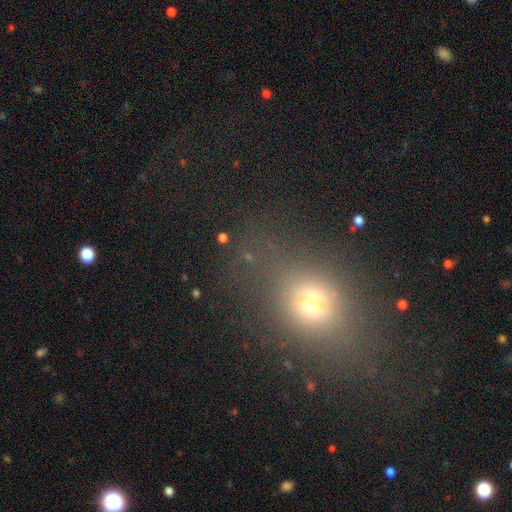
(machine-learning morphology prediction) Smooth or featured? smooth (56%)
How rounded? round (49%)
Merging? none (69%)